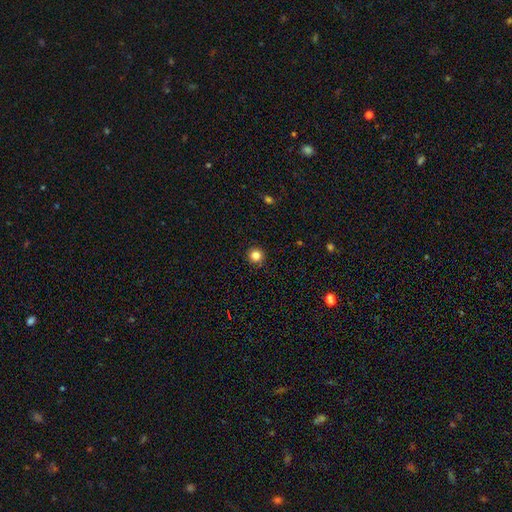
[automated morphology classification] smooth-or-featured: smooth: 83% | star or artifact: 12% | featured or disk: 5%
  how-rounded: round: 95% | in between: 4% | cigar-shaped: 1%
  merging: none: 92% | minor disturbance: 5% | major disturbance: 2% | merger: 1%